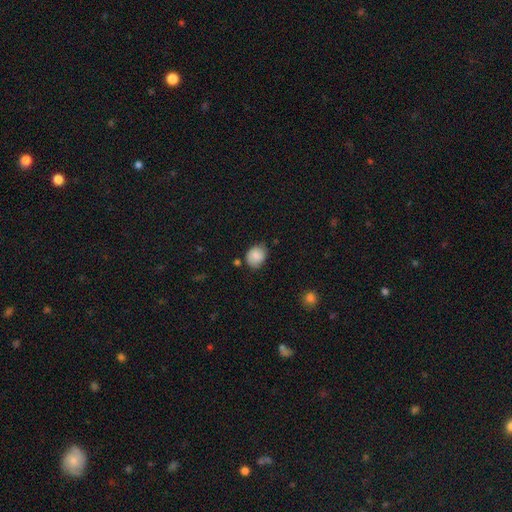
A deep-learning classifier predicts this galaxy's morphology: A smooth galaxy with no disk features (80%) that is round (59%).

Vote fractions:
- Smooth or featured? smooth: 80% / featured or disk: 11% / star or artifact: 8%
- How rounded? round: 59% / in between: 40% / cigar-shaped: 1%
- Merging? none: 68% / minor disturbance: 24% / major disturbance: 5% / merger: 3%